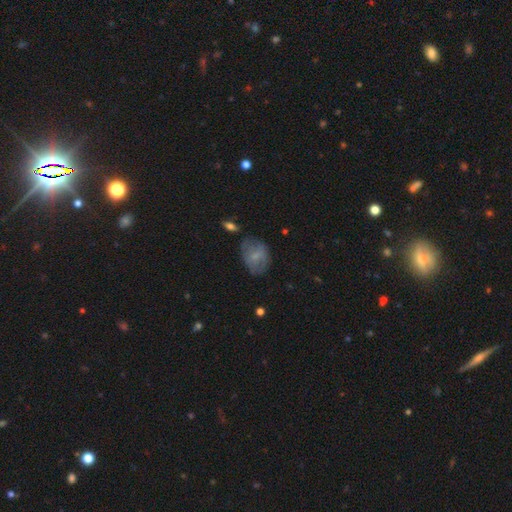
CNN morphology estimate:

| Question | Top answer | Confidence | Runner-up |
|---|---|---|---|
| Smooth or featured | smooth | 60% | featured or disk (32%) |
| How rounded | in between | 71% | round (28%) |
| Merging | none | 58% | minor disturbance (27%) |